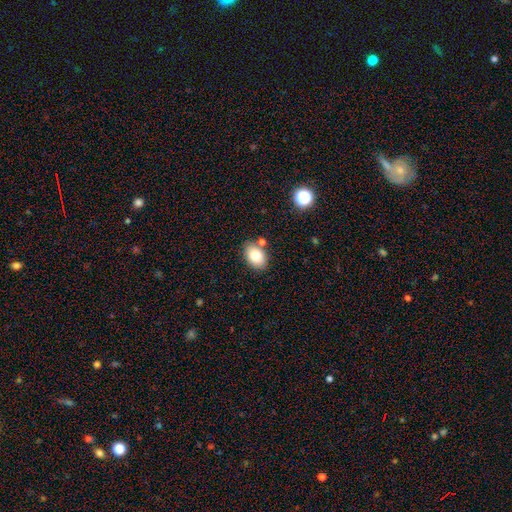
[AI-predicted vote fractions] Q: Smooth or featured?
A: smooth (81%); runner-up: featured or disk (10%)
Q: How rounded?
A: in between (83%); runner-up: round (16%)
Q: Merging?
A: none (78%); runner-up: minor disturbance (12%)